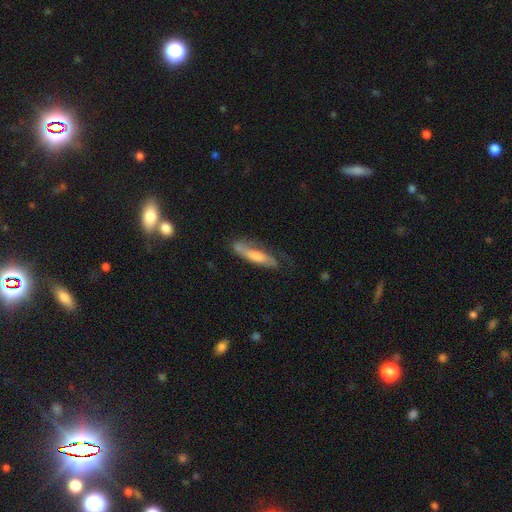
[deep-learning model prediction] Smooth or featured?
  - featured or disk: 48% *
  - smooth: 45%
  - star or artifact: 7%
Merging?
  - none: 55% *
  - minor disturbance: 27%
  - major disturbance: 15%
  - merger: 4%